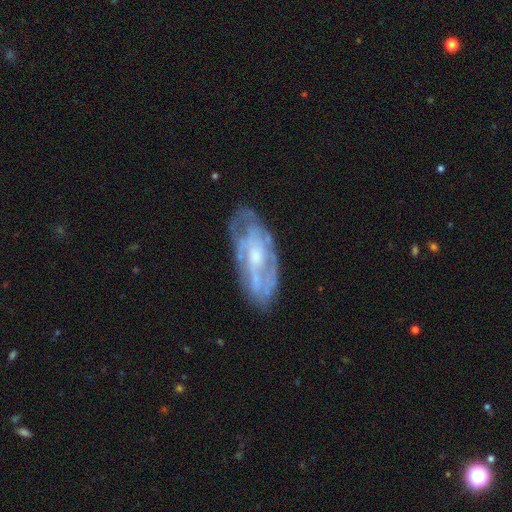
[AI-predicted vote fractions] Smooth or featured? featured or disk (73%)
Edge-on disk? no (89%)
Bar? no (63%)
Spiral arms? yes (67%)
Bulge size? moderate (45%)
Merging? none (68%)